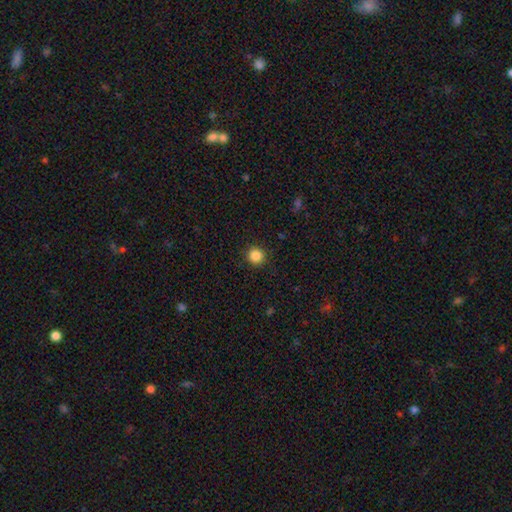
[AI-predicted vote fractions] Smooth or featured? smooth (86%)
How rounded? round (94%)
Merging? none (91%)